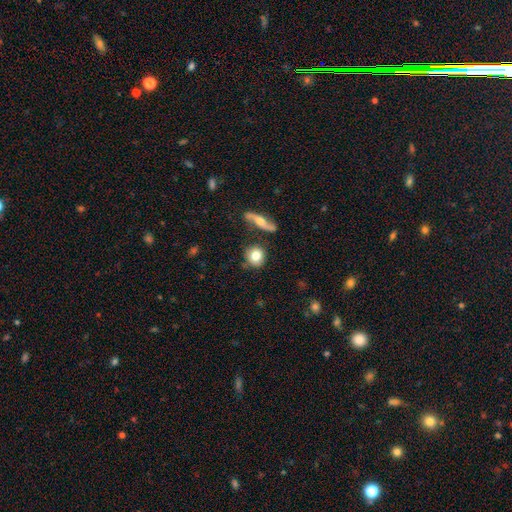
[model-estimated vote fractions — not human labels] smooth_or_featured: smooth (p=0.77) [alt: featured or disk p=0.15]
how_rounded: round (p=0.88) [alt: in between p=0.10]
merging: none (p=0.79) [alt: minor disturbance p=0.11]